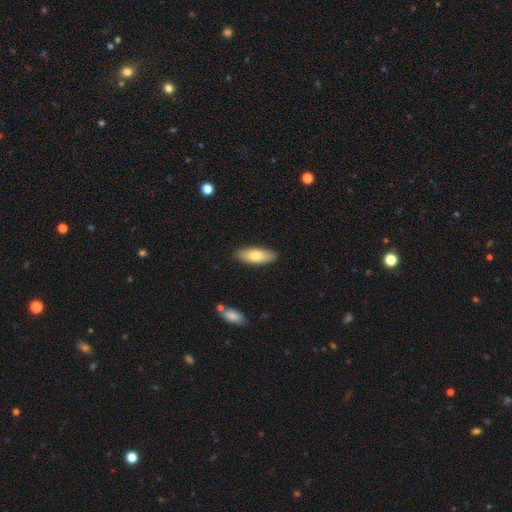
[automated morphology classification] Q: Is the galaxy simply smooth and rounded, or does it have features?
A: smooth — 76%.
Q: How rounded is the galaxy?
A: in between — 69%.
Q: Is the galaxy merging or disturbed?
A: none — 87%.